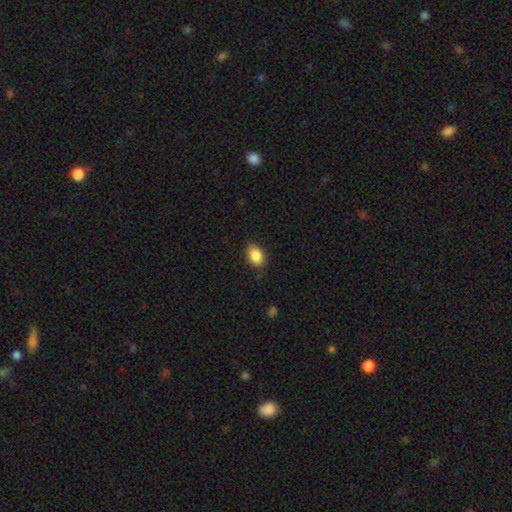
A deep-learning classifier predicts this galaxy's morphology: Q: Smooth or featured?
A: smooth (88%); runner-up: star or artifact (8%)
Q: How rounded?
A: in between (80%); runner-up: round (19%)
Q: Merging?
A: none (86%); runner-up: minor disturbance (11%)